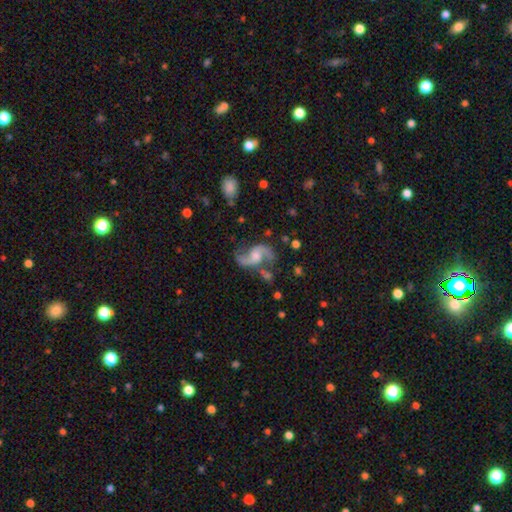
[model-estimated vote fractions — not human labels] Q: Smooth or featured?
A: featured or disk (88%); runner-up: smooth (6%)
Q: Edge-on disk?
A: no (97%); runner-up: yes (3%)
Q: Bar?
A: no (55%); runner-up: weak (36%)
Q: Spiral arms?
A: yes (96%); runner-up: no (4%)
Q: Spiral winding?
A: loose (67%); runner-up: medium (28%)
Q: Spiral arm count?
A: 2 (93%); runner-up: can't tell (2%)
Q: Bulge size?
A: moderate (55%); runner-up: small (25%)
Q: Merging?
A: none (67%); runner-up: minor disturbance (17%)